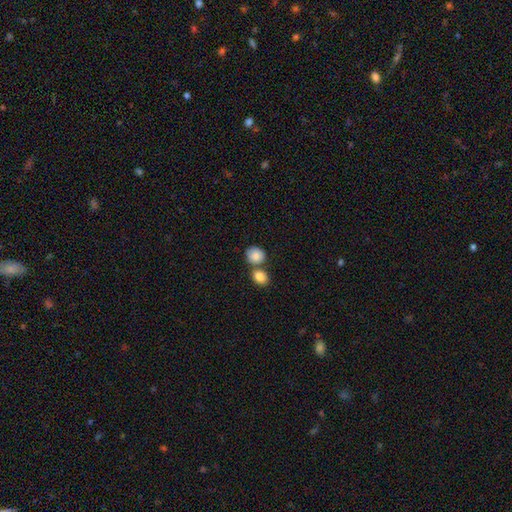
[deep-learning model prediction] Q: Smooth or featured?
A: smooth (86%); runner-up: star or artifact (8%)
Q: How rounded?
A: round (73%); runner-up: in between (26%)
Q: Merging?
A: none (54%); runner-up: merger (33%)